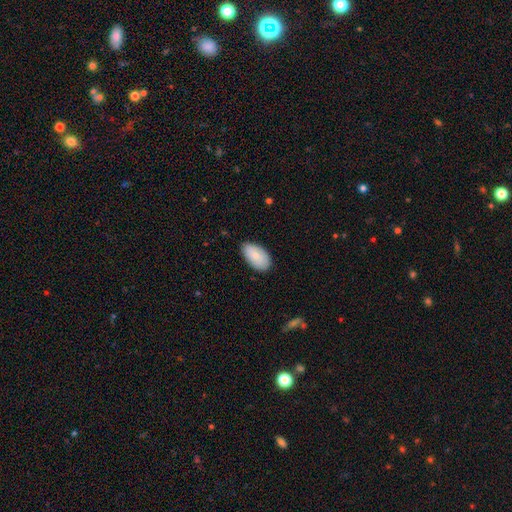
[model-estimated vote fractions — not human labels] Overall: smooth (80%). How rounded: in between (95%). Merging: none (81%).